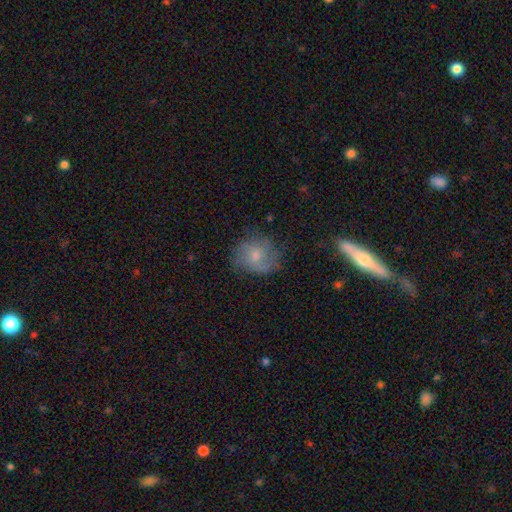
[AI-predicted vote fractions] This appears to be a smooth galaxy with no disk features (55%) that is round (71%). Merging: none (63%).